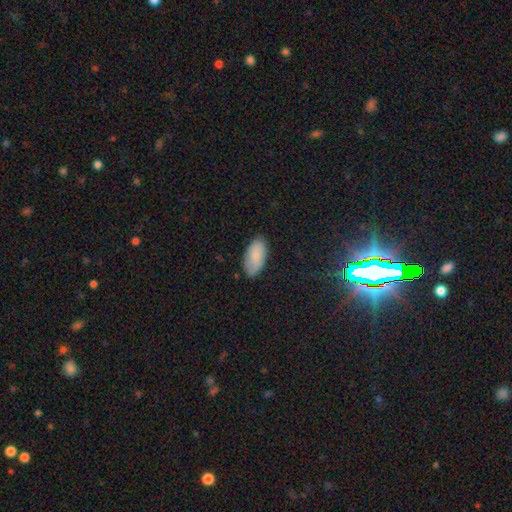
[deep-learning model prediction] The model was most divided on "smooth or featured": smooth: 79%, featured or disk: 14%, star or artifact: 7%. More confident: how rounded — in between (94%); merging — none (81%).